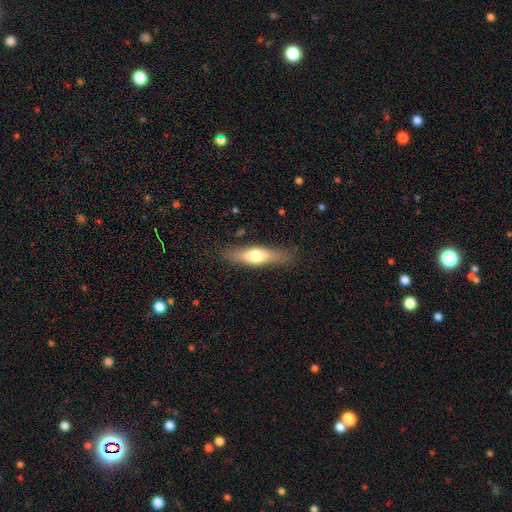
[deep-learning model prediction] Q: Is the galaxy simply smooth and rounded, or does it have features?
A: smooth — 56%.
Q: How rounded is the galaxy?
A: cigar-shaped — 65%.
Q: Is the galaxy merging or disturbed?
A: none — 83%.